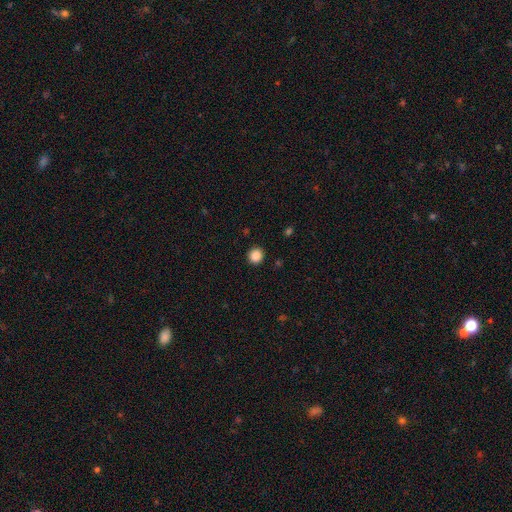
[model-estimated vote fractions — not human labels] Smooth or featured? smooth (87%)
How rounded? round (93%)
Merging? none (92%)